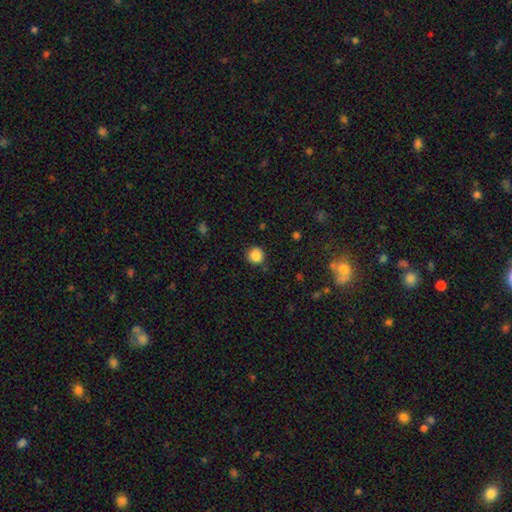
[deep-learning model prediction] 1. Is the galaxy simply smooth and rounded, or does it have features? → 86% smooth, 11% star or artifact, 3% featured or disk.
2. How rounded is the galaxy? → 92% round, 7% in between, 1% cigar-shaped.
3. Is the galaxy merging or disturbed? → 88% none, 8% minor disturbance, 2% major disturbance, 1% merger.